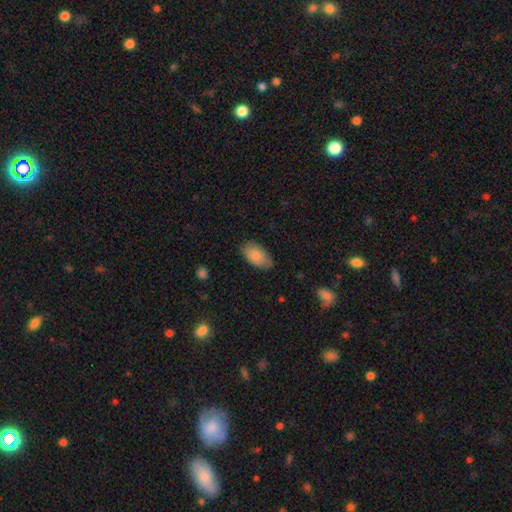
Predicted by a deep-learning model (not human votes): smooth 84%, featured or disk 10%, star or artifact 6%. Down the decision tree: how rounded — in between (94%); merging — none (76%).